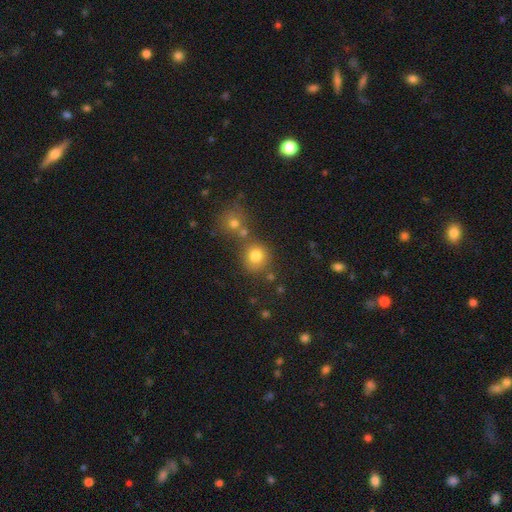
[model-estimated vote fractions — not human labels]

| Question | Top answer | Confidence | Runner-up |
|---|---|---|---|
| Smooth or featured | smooth | 78% | star or artifact (14%) |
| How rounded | round | 85% | in between (14%) |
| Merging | none | 65% | merger (20%) |